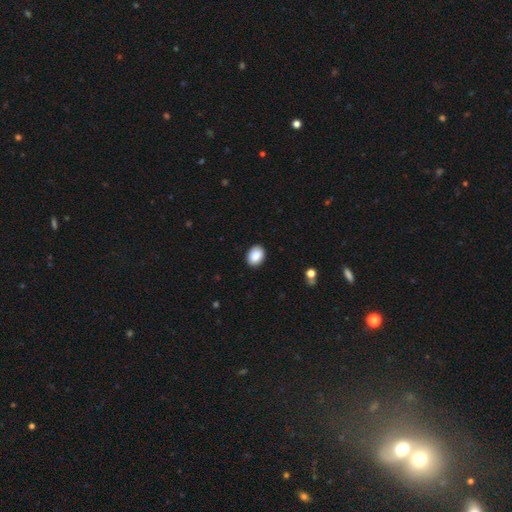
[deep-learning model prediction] Q: Smooth or featured?
A: smooth (89%); runner-up: star or artifact (7%)
Q: How rounded?
A: in between (69%); runner-up: round (30%)
Q: Merging?
A: none (90%); runner-up: minor disturbance (7%)